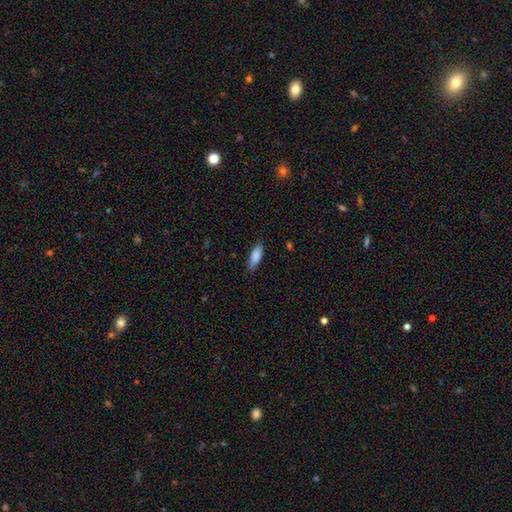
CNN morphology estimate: This appears to be a smooth galaxy with no disk features (87%) that is in between round and cigar-shaped (68%). Merging: none (82%).